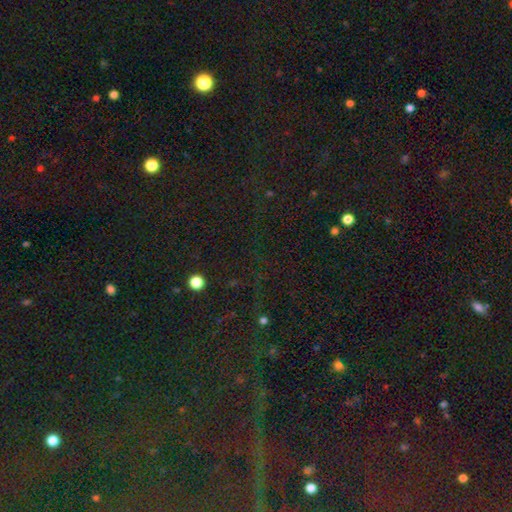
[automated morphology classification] smooth_or_featured: star or artifact (p=0.79) [alt: smooth p=0.13]